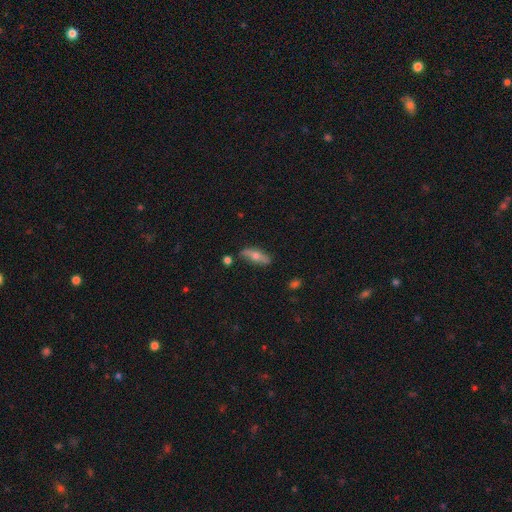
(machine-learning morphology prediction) A smooth galaxy with no disk features (50%) that is cigar-shaped (50%).

Vote fractions:
- Smooth or featured? smooth: 50% / featured or disk: 43% / star or artifact: 7%
- How rounded? cigar-shaped: 50% / in between: 46% / round: 4%
- Merging? none: 78% / minor disturbance: 16% / major disturbance: 3% / merger: 3%